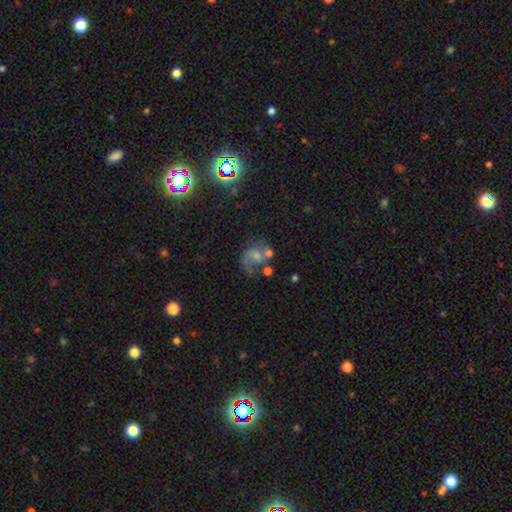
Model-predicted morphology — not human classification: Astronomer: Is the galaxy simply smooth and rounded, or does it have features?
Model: featured or disk — 64%.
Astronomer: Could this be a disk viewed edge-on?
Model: no — 98%.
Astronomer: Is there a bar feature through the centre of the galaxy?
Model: no — 65%.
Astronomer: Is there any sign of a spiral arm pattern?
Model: yes — 85%.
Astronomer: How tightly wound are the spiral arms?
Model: loose — 49% (runner-up: medium, 41%).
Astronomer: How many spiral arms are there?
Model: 2 — 58%.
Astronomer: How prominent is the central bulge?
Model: small — 41% (runner-up: moderate, 31%).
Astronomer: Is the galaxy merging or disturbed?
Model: none — 37% (runner-up: major disturbance, 24%).